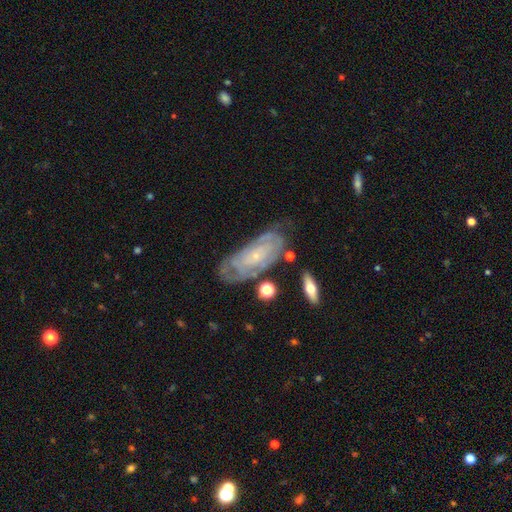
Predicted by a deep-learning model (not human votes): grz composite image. It shows a featured or disk galaxy (75%) with no bar (73%), tight (73%) spiral arms (86%) and a small central bulge (81%). Merging: none (63%).